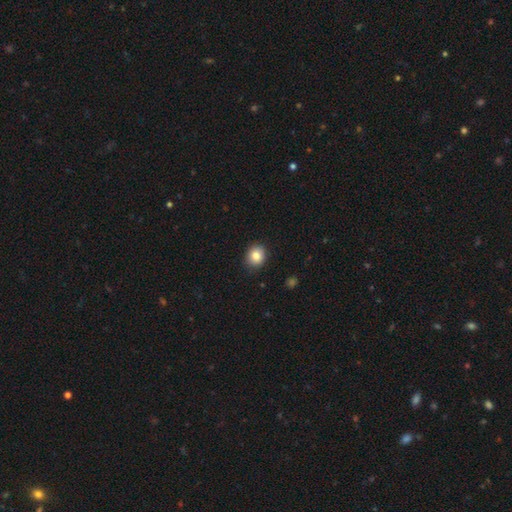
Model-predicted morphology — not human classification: A smooth galaxy with no disk features (84%) that is round (72%).

Vote fractions:
- Smooth or featured? smooth: 84% / star or artifact: 9% / featured or disk: 7%
- How rounded? round: 72% / in between: 27% / cigar-shaped: 1%
- Merging? none: 88% / minor disturbance: 9% / major disturbance: 2% / merger: 1%